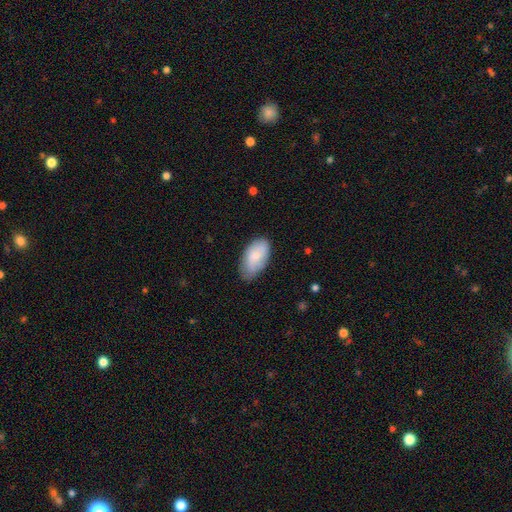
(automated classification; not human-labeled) The model was most divided on "merging": none: 66%, minor disturbance: 27%, major disturbance: 5%, merger: 1%. More confident: how rounded — in between (95%); smooth or featured — smooth (78%).